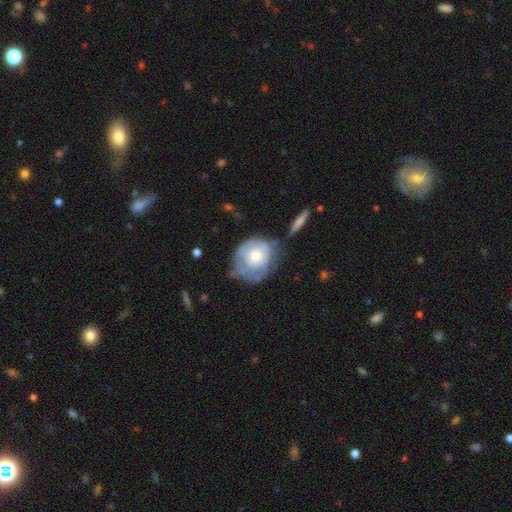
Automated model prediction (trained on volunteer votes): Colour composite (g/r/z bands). It shows a smooth galaxy with no disk features (48%). Merging: none (38%).